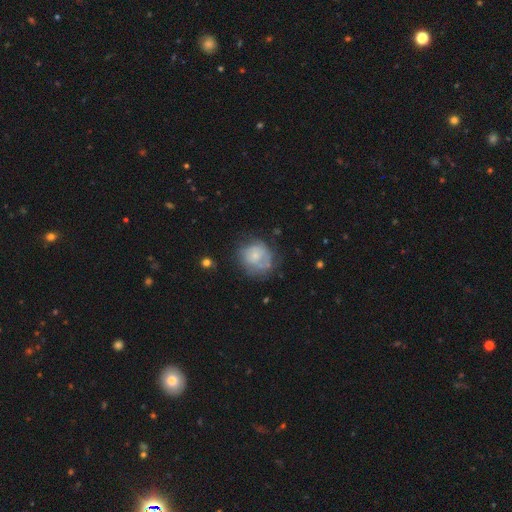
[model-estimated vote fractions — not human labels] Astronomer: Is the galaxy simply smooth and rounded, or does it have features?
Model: smooth — 50% (runner-up: featured or disk, 41%).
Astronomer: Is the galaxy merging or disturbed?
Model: none — 51% (runner-up: minor disturbance, 27%).